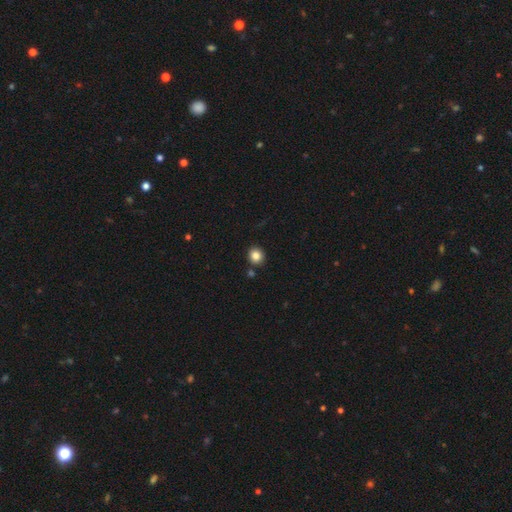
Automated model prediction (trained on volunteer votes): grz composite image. It shows a smooth galaxy with no disk features (84%) that is round (89%). Merging: none (86%).